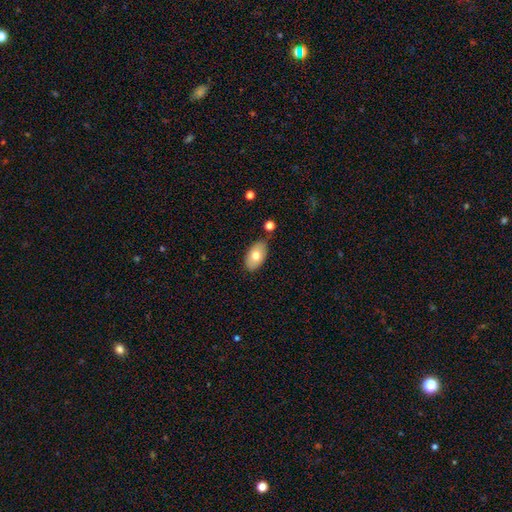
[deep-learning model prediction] Q: Smooth or featured?
A: smooth (73%); runner-up: featured or disk (20%)
Q: How rounded?
A: in between (93%); runner-up: round (6%)
Q: Merging?
A: none (78%); runner-up: minor disturbance (15%)